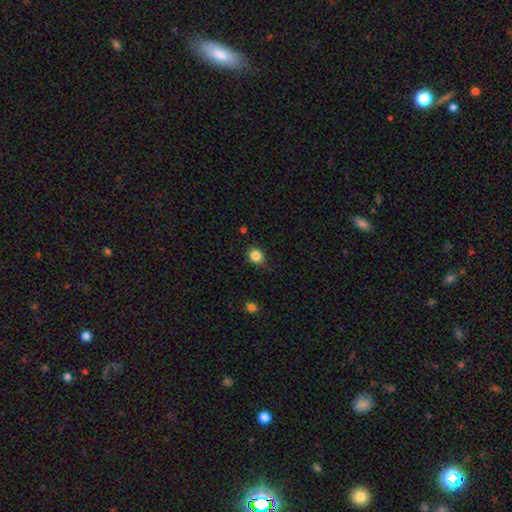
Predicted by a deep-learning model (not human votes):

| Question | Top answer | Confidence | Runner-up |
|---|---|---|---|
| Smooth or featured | smooth | 84% | star or artifact (11%) |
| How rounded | round | 73% | in between (26%) |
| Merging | none | 76% | minor disturbance (19%) |